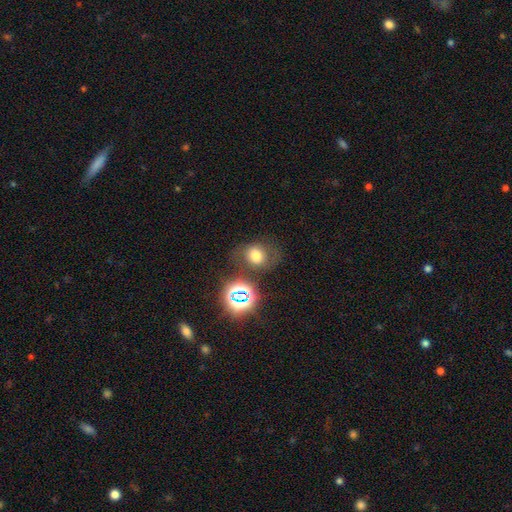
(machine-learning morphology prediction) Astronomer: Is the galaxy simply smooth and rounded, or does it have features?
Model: smooth — 64%.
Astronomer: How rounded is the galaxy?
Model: round — 60% (runner-up: in between, 39%).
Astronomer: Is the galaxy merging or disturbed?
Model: none — 63%.